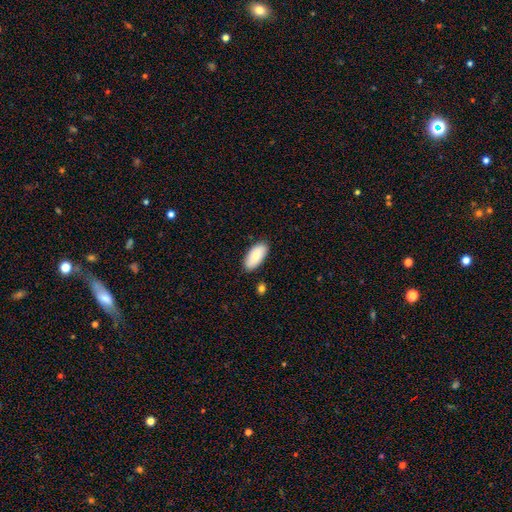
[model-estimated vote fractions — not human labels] Smooth or featured?
  - smooth: 82% *
  - featured or disk: 12%
  - star or artifact: 6%
How rounded?
  - in between: 91% *
  - cigar-shaped: 7%
  - round: 2%
Merging?
  - none: 87% *
  - minor disturbance: 10%
  - major disturbance: 2%
  - merger: 2%